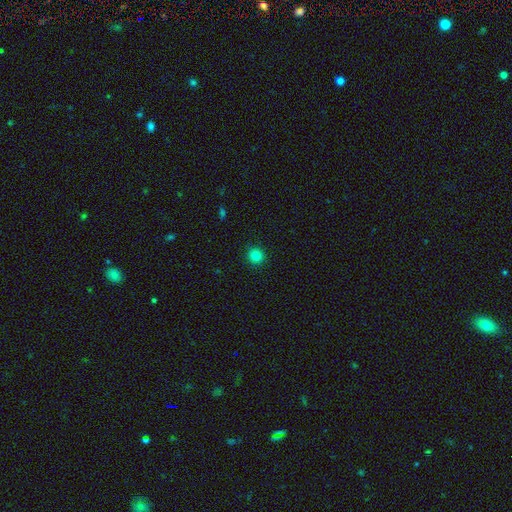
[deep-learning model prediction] The model was most divided on "smooth or featured": smooth: 83%, star or artifact: 13%, featured or disk: 4%. More confident: how rounded — round (93%); merging — none (92%).